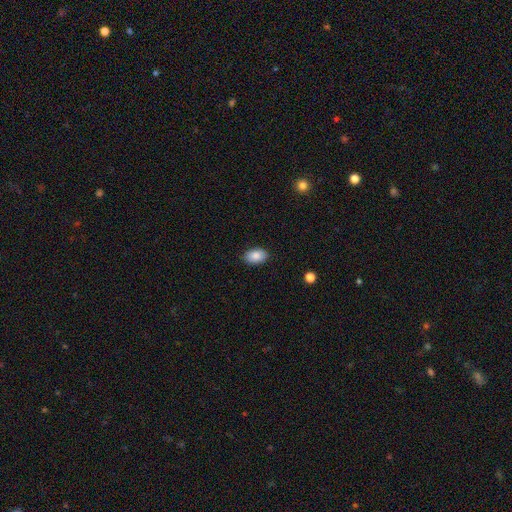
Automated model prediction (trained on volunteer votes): Smooth or featured: smooth — 87% (star or artifact — 7%)
How rounded: in between — 90% (round — 8%)
Merging: none — 88% (minor disturbance — 9%)